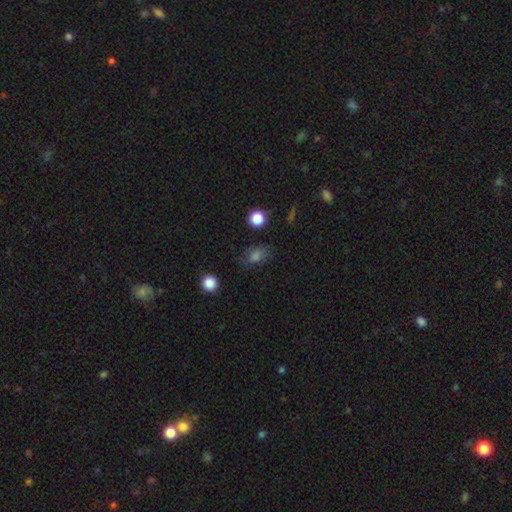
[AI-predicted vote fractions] smooth_or_featured: smooth (p=0.72) [alt: star or artifact p=0.16]
how_rounded: in between (p=0.74) [alt: round p=0.21]
merging: none (p=0.74) [alt: minor disturbance p=0.18]